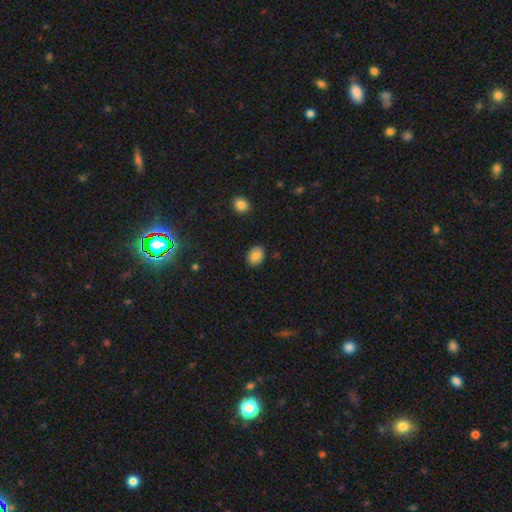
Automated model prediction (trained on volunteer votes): Smooth or featured?
  - smooth: 85% *
  - star or artifact: 9%
  - featured or disk: 7%
How rounded?
  - in between: 68% *
  - round: 31%
  - cigar-shaped: 1%
Merging?
  - none: 87% *
  - minor disturbance: 9%
  - major disturbance: 2%
  - merger: 2%